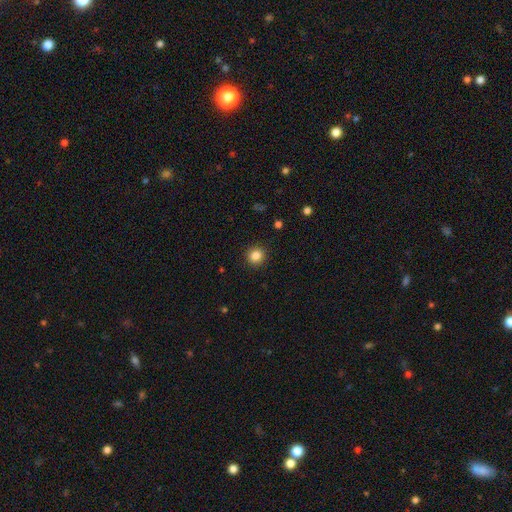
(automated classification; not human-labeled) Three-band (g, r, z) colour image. It shows a smooth galaxy with no disk features (84%) that is round (90%). Merging: none (91%).